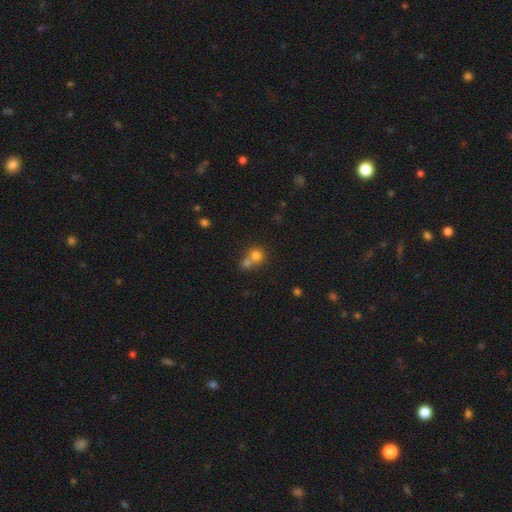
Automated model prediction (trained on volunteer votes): Smooth or featured? smooth (75%)
How rounded? round (84%)
Merging? merger (56%)